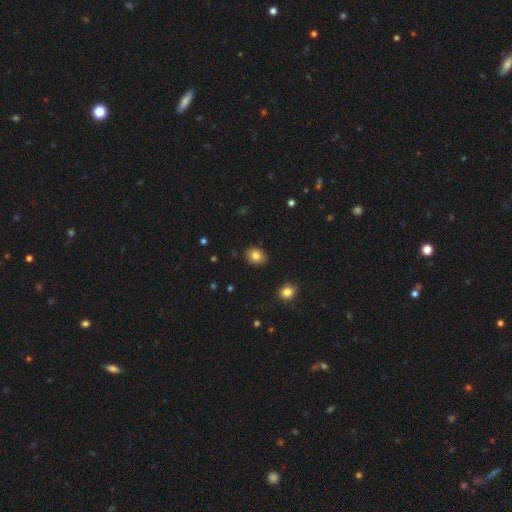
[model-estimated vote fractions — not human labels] smooth_or_featured: smooth (p=0.82) [alt: star or artifact p=0.10]
how_rounded: round (p=0.52) [alt: in between p=0.47]
merging: none (p=0.88) [alt: minor disturbance p=0.08]